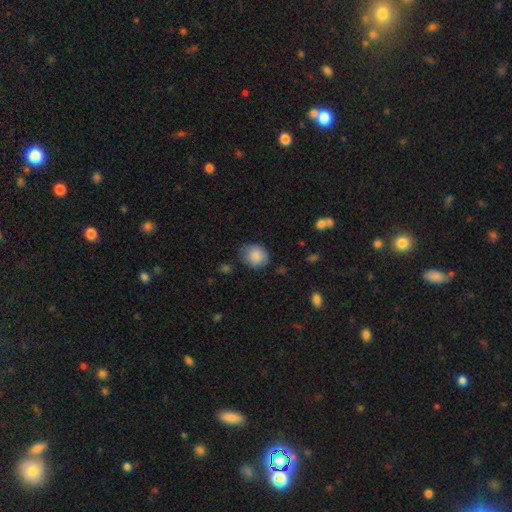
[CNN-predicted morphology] A smooth galaxy with no disk features (87%) that is round (68%). Merging: none (70%).